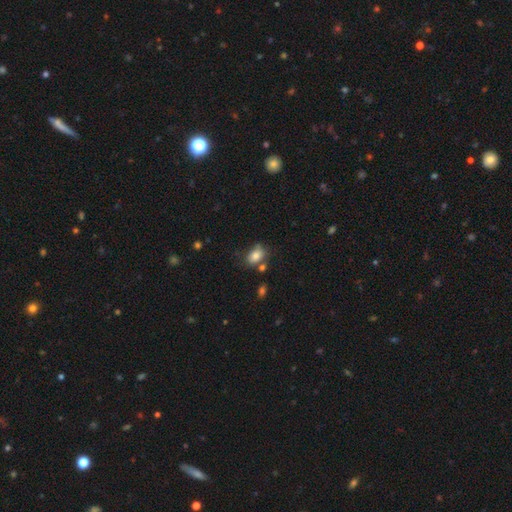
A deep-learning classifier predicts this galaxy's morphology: type=smooth (78%); roundness=in between (76%); merging=none (57%).